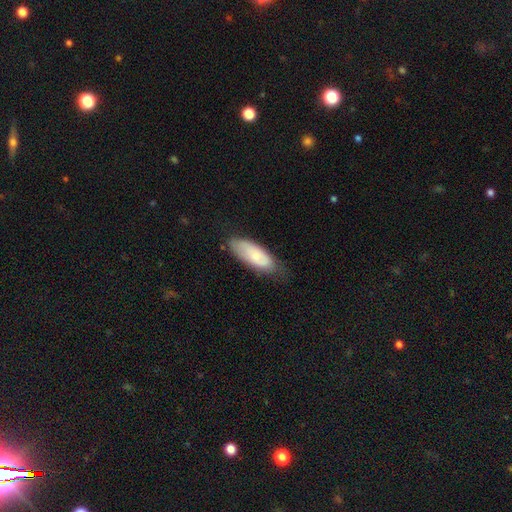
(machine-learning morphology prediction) Q: Smooth or featured?
A: smooth (67%); runner-up: featured or disk (26%)
Q: How rounded?
A: in between (75%); runner-up: cigar-shaped (23%)
Q: Merging?
A: none (63%); runner-up: minor disturbance (29%)